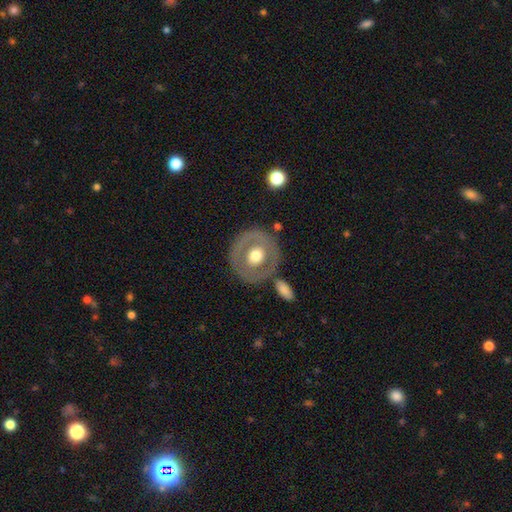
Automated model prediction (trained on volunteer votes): A featured or disk galaxy (49%). Merging: none (78%).